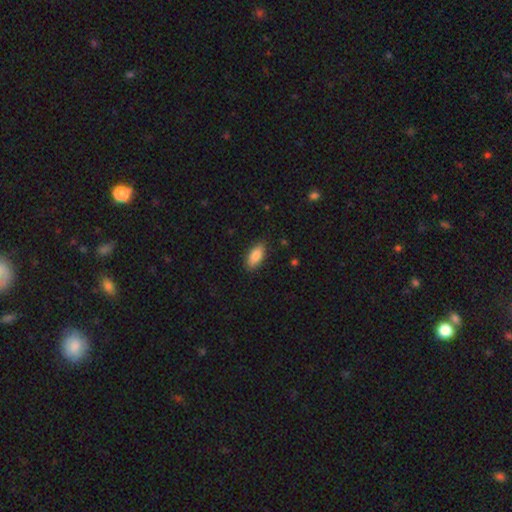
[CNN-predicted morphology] Smooth or featured?
  - smooth: 86% *
  - featured or disk: 8%
  - star or artifact: 6%
How rounded?
  - in between: 88% *
  - cigar-shaped: 10%
  - round: 2%
Merging?
  - none: 85% *
  - minor disturbance: 12%
  - major disturbance: 2%
  - merger: 1%